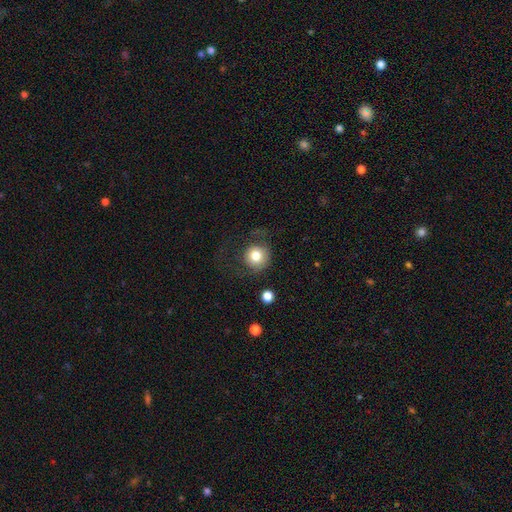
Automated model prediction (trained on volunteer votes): Smooth or featured? Predicted: smooth (p=0.77). How rounded? Predicted: round (p=0.92). Merging? Predicted: none (p=0.61).